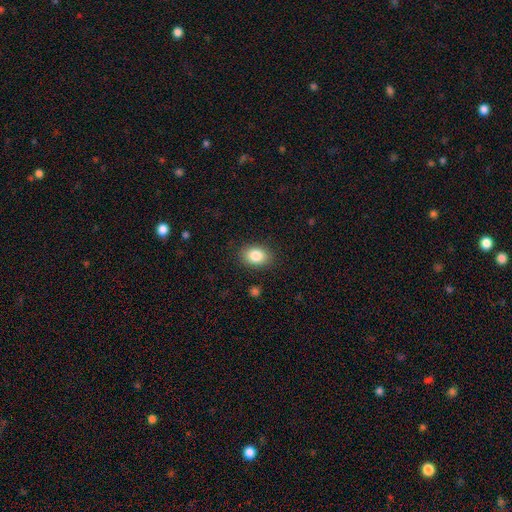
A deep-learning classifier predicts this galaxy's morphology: smooth_or_featured: smooth (p=0.85) [alt: star or artifact p=0.08]
how_rounded: in between (p=0.76) [alt: round p=0.23]
merging: none (p=0.86) [alt: minor disturbance p=0.10]